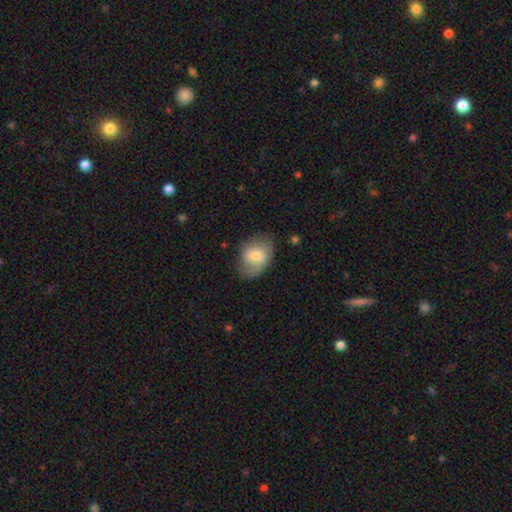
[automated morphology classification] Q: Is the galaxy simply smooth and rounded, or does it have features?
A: smooth — 72%.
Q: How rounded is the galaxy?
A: in between — 70%.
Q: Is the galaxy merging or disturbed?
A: none — 63%.